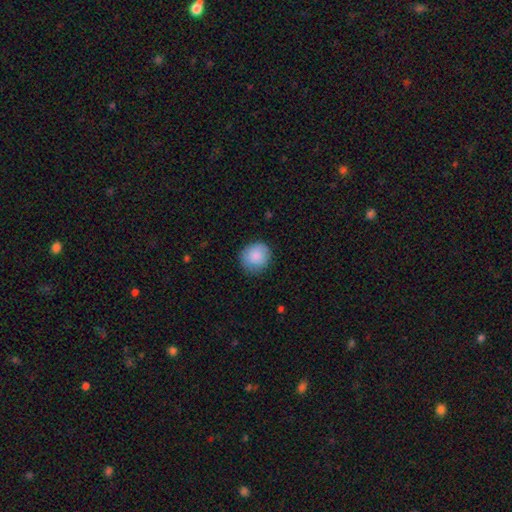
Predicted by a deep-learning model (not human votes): smooth 87%, star or artifact 7%, featured or disk 6%. Down the decision tree: how rounded — round (88%); merging — none (82%).